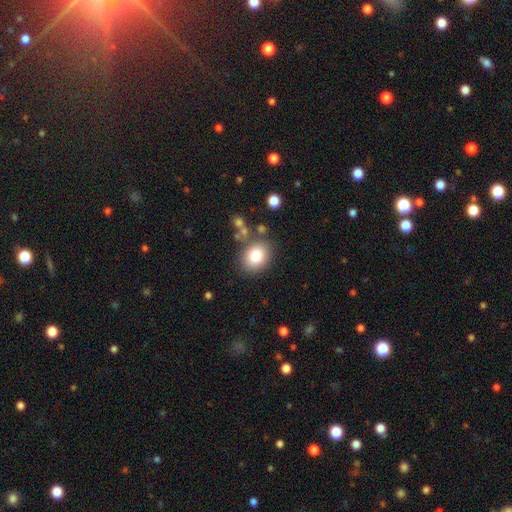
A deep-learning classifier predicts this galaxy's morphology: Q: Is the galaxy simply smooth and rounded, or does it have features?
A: smooth — 79%.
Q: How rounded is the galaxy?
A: round — 58%.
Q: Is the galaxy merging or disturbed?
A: none — 79%.